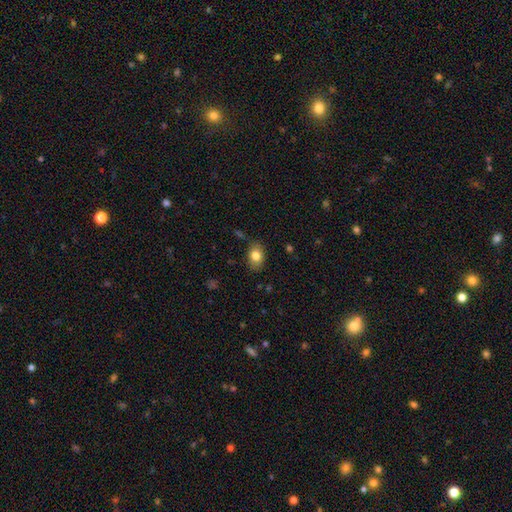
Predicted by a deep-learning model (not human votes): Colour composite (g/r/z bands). It shows a smooth galaxy with no disk features (81%) that is in between round and cigar-shaped (77%). Merging: none (80%).